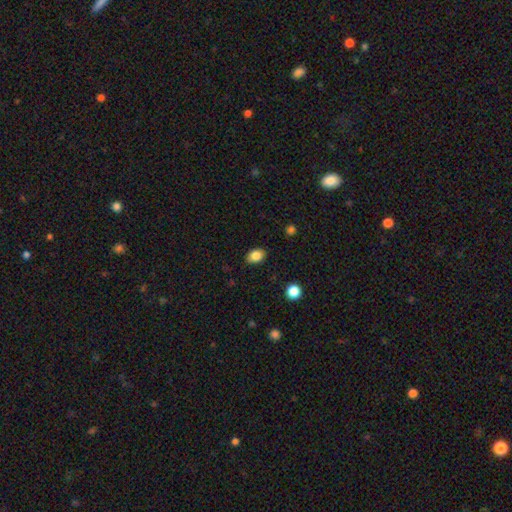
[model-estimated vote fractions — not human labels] Smooth or featured: smooth — 84% (star or artifact — 9%)
How rounded: in between — 76% (round — 23%)
Merging: none — 86% (minor disturbance — 11%)